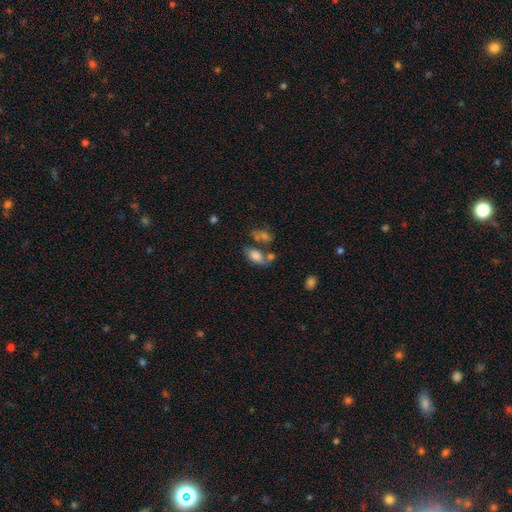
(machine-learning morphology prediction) This is likely a smooth galaxy (75%). How rounded: clearly in between (90%). Merging: marginally none (40%).